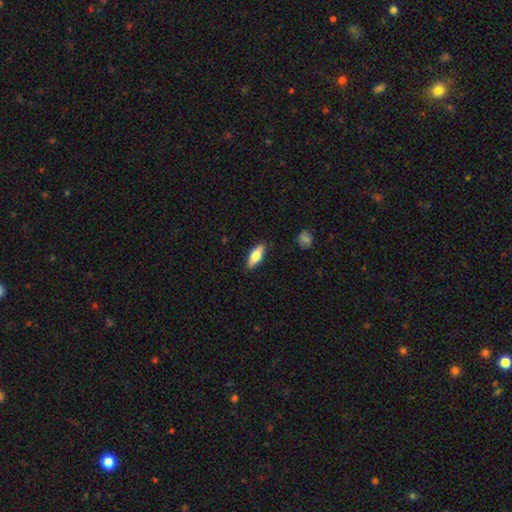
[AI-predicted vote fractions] Overall: smooth (67%). How rounded: in between (72%). Merging: none (87%).